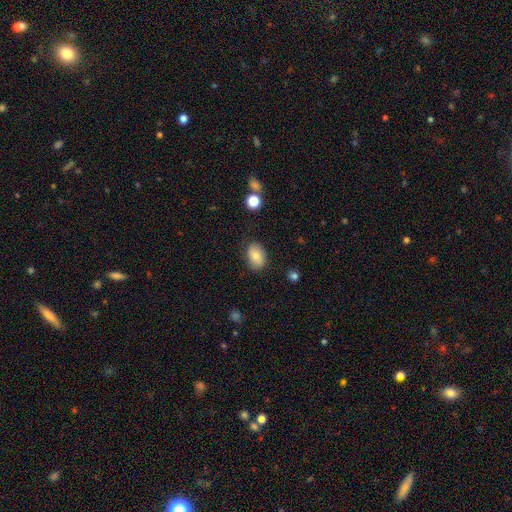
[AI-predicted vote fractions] Overall: smooth (77%). How rounded: in between (82%). Merging: none (80%).